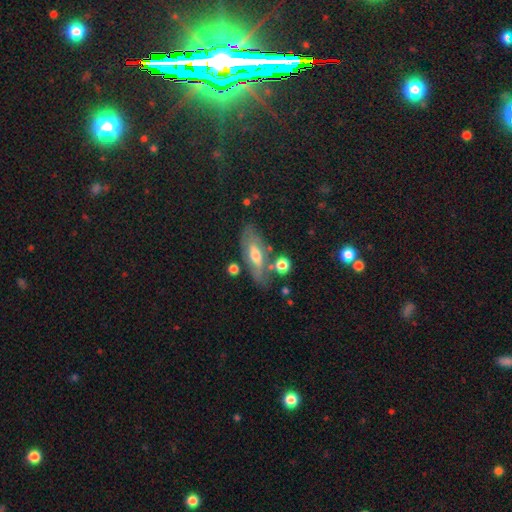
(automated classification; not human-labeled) A featured or disk galaxy (50%).

Vote fractions:
- Smooth or featured? featured or disk: 50% / smooth: 43% / star or artifact: 7%
- Edge-on disk? no: 69% / yes: 31%
- Merging? none: 65% / minor disturbance: 19% / merger: 8% / major disturbance: 8%